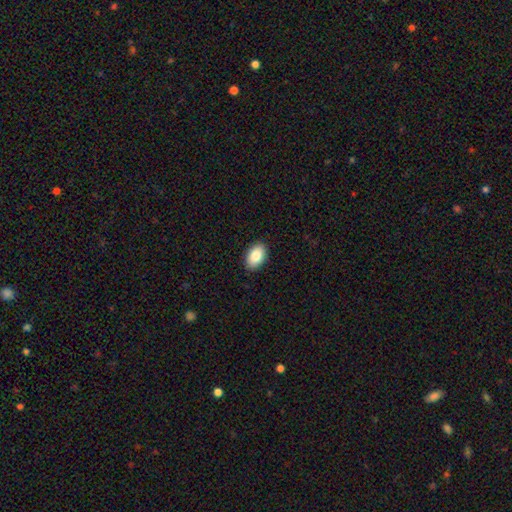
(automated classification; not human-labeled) Smooth or featured? Predicted: smooth (p=0.87). How rounded? Predicted: in between (p=0.92). Merging? Predicted: none (p=0.90).